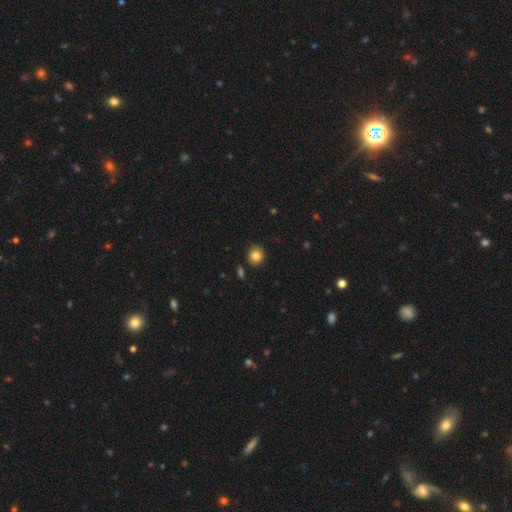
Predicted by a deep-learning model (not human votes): This is clearly a smooth galaxy (84%). How rounded: clearly round (82%). Merging: clearly none (87%).